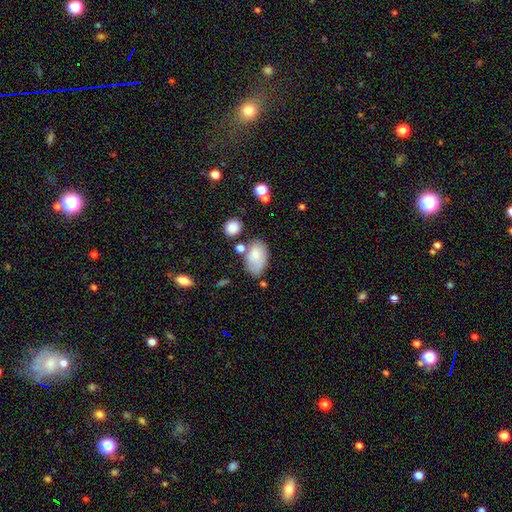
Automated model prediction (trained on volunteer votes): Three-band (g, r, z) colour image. It shows a smooth galaxy with no disk features (75%) that is in between round and cigar-shaped (91%). Merging: none (56%).